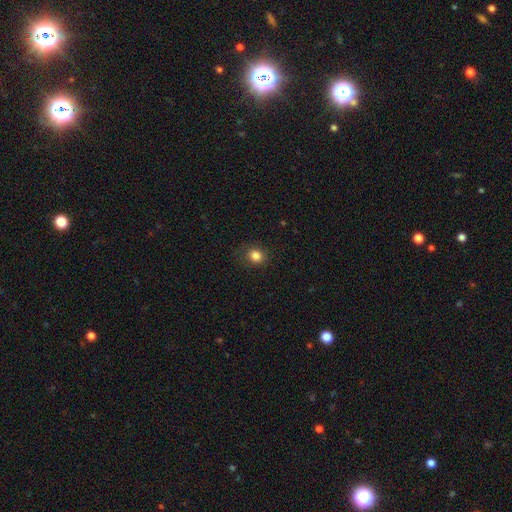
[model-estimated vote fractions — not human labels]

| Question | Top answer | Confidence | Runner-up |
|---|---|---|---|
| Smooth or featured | smooth | 84% | star or artifact (12%) |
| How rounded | round | 67% | in between (32%) |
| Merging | none | 86% | minor disturbance (10%) |